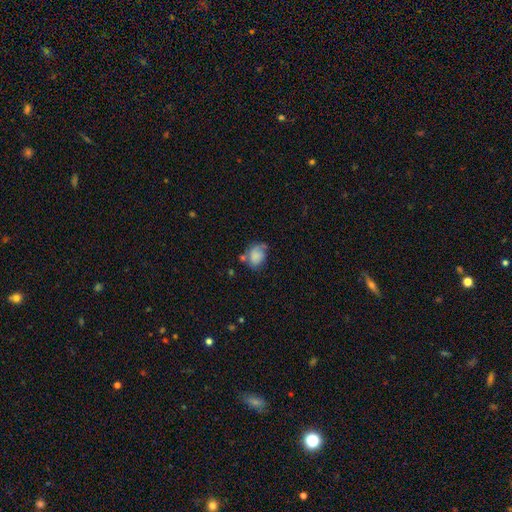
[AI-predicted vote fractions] This appears to be a smooth galaxy with no disk features (64%) that is in between round and cigar-shaped (58%). Merging: none (41%).